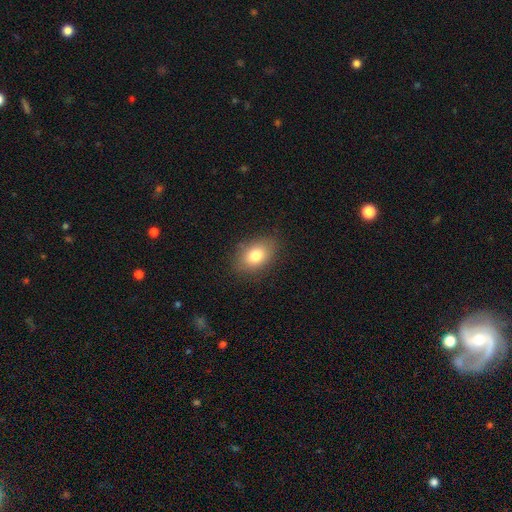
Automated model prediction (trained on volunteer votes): Q: Smooth or featured?
A: smooth (79%); runner-up: featured or disk (11%)
Q: How rounded?
A: in between (80%); runner-up: round (19%)
Q: Merging?
A: none (84%); runner-up: minor disturbance (12%)